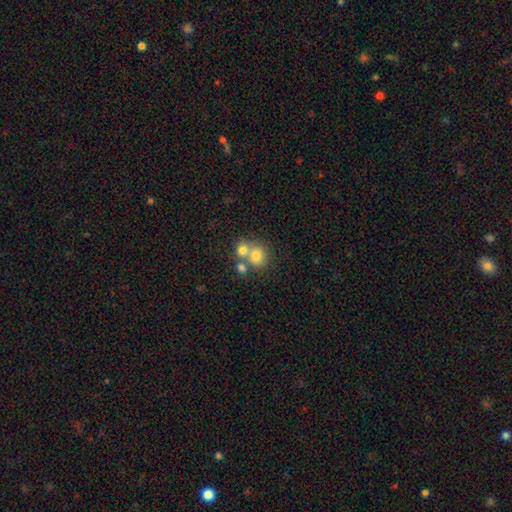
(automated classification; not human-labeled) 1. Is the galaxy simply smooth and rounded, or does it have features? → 73% smooth, 14% featured or disk, 13% star or artifact.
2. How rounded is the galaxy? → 82% round, 17% in between, 1% cigar-shaped.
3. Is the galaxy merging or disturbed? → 47% merger, 43% none, 7% minor disturbance, 3% major disturbance.